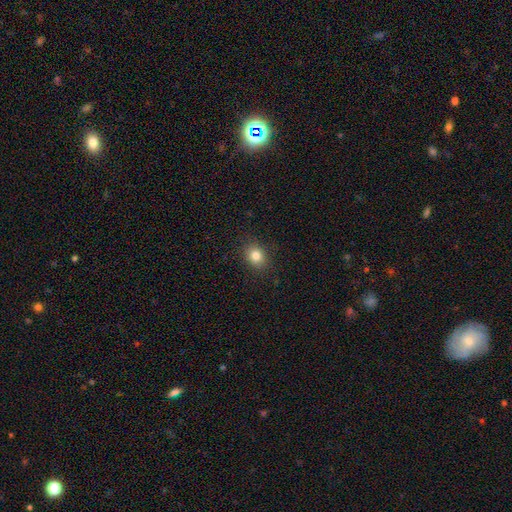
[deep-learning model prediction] Smooth or featured: smooth — 81% (star or artifact — 12%)
How rounded: round — 59% (in between — 40%)
Merging: none — 88% (minor disturbance — 8%)